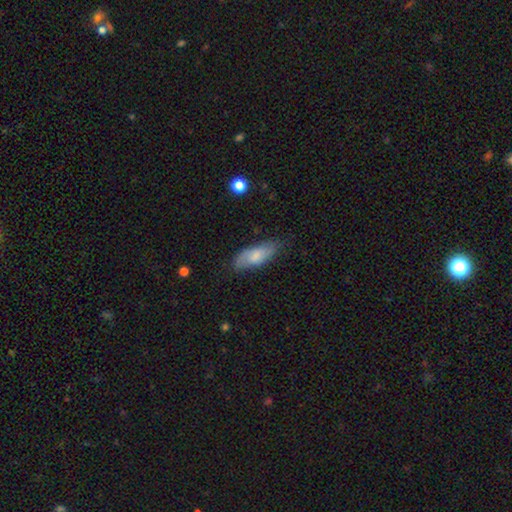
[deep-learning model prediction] Overall: smooth (68%). How rounded: in between (77%). Merging: none (69%).